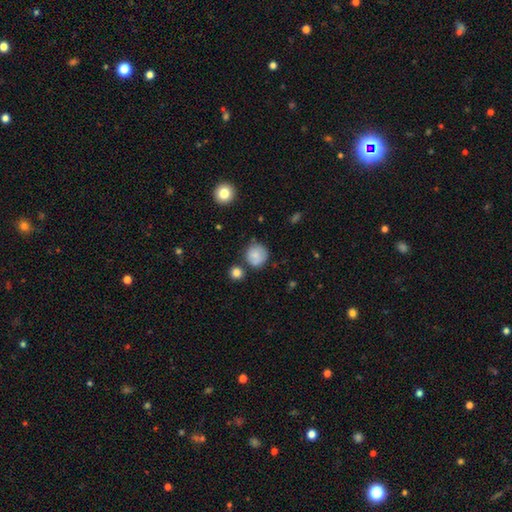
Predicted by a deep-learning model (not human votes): A smooth galaxy with no disk features (78%) that is round (89%). Merging: none (70%).